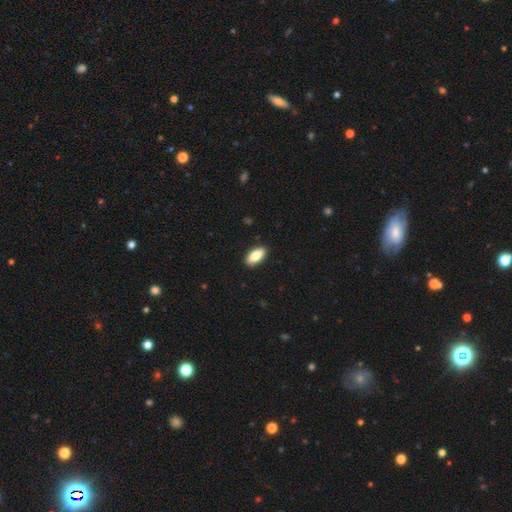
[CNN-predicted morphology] type=smooth (81%); roundness=in between (86%); merging=none (90%).